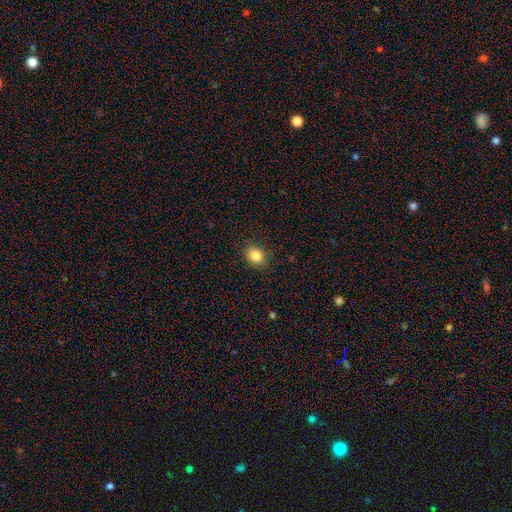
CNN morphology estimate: type=smooth (85%); roundness=round (54%); merging=none (88%).